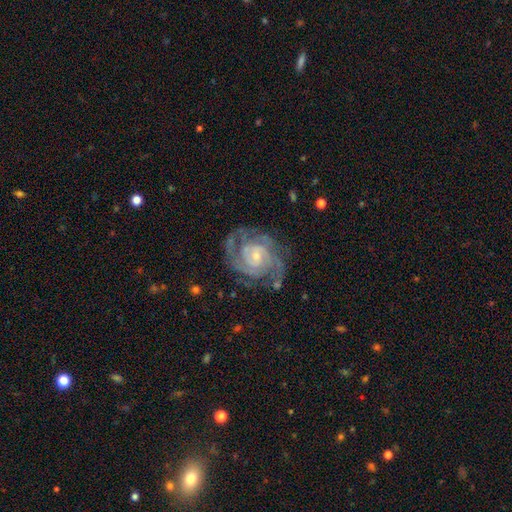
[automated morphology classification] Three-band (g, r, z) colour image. It shows a featured or disk galaxy (90%) with no bar (51%), 2 (41%) tight (59%) spiral arms (98%) and a small central bulge (66%). Merging: none (74%).